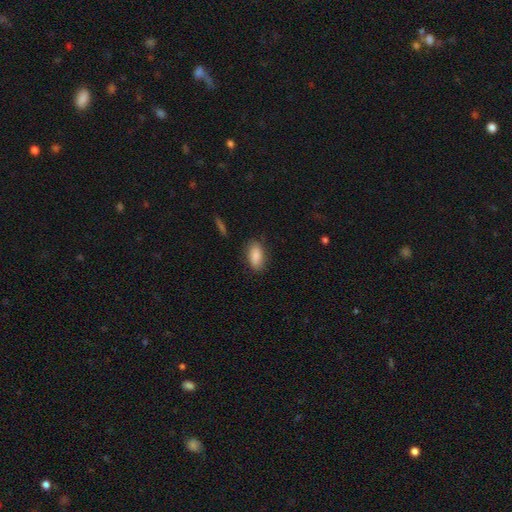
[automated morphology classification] This is clearly a smooth galaxy (87%). How rounded: clearly in between (91%). Merging: clearly none (82%).